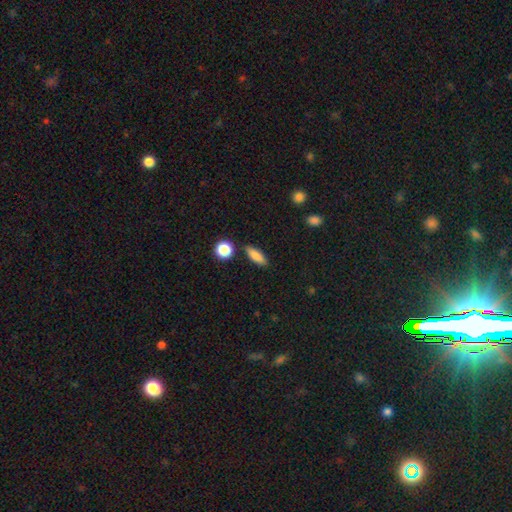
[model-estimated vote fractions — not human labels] A smooth galaxy with no disk features (83%) that is in between round and cigar-shaped (62%). Merging: none (82%).